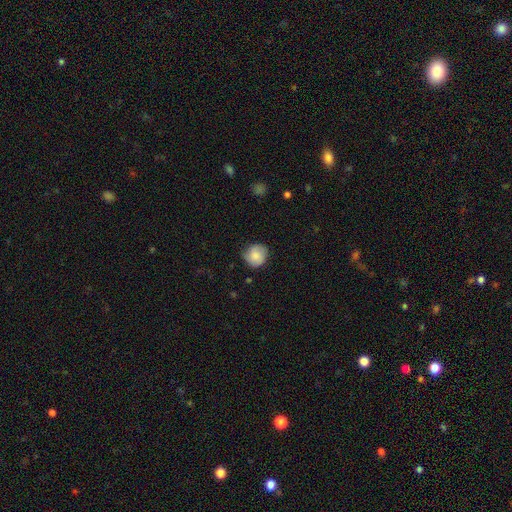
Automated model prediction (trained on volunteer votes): A smooth galaxy with no disk features (77%) that is round (88%). Merging: none (75%).